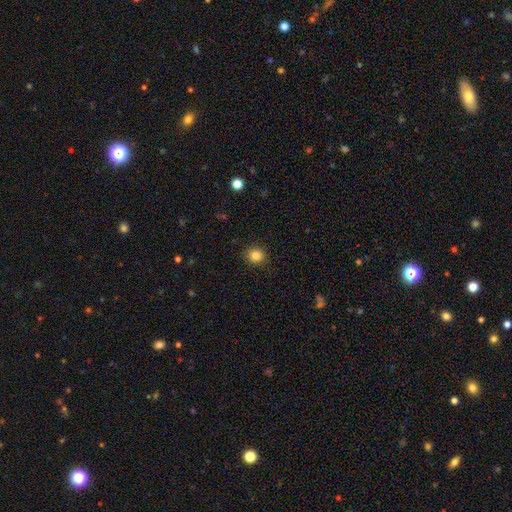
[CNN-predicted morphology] This appears to be a smooth galaxy with no disk features (84%) that is round (85%). Merging: none (89%).